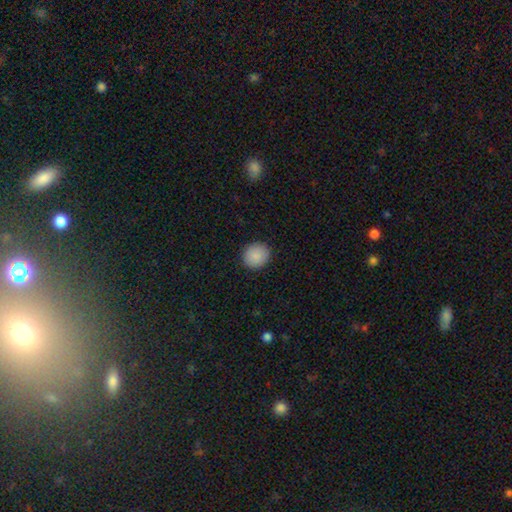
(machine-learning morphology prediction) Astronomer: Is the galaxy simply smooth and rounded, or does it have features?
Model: smooth — 89%.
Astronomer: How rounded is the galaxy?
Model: round — 82%.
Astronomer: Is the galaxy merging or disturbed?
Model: none — 91%.